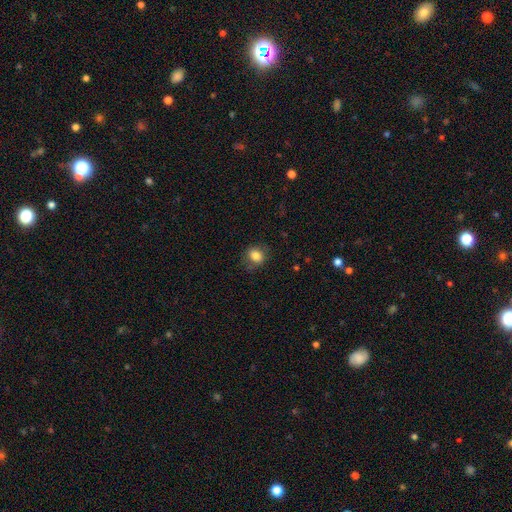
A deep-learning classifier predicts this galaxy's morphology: A smooth galaxy with no disk features (82%) that is round (54%). Merging: none (76%).